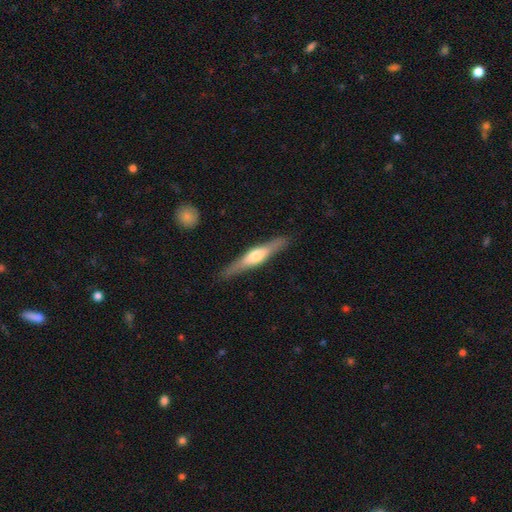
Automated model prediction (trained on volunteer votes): A featured or disk galaxy (64%) viewed edge-on (96%) with a rounded central bulge (87%). Merging: none (88%).